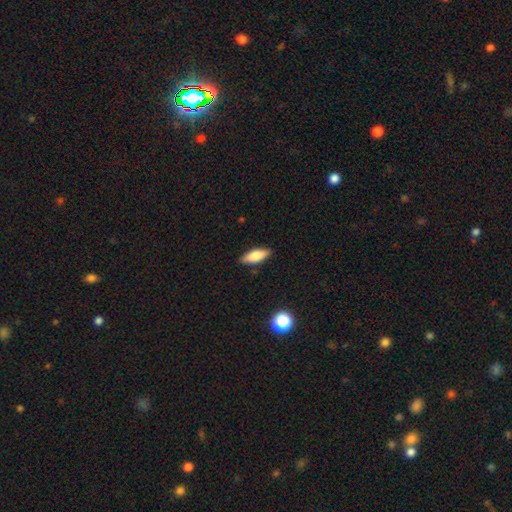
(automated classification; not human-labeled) The model was most divided on "how rounded": in between: 69%, cigar-shaped: 29%, round: 2%. More confident: merging — none (87%); smooth or featured — smooth (80%).